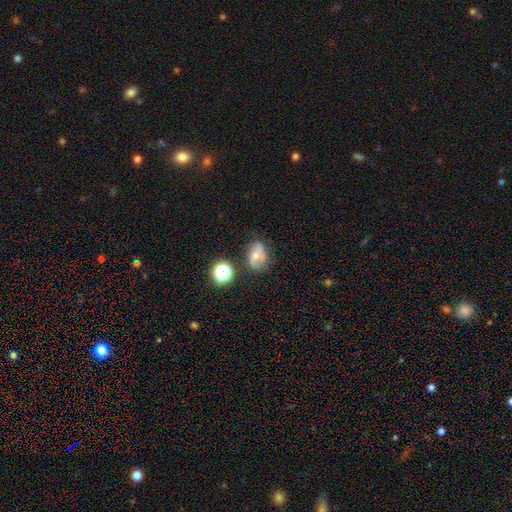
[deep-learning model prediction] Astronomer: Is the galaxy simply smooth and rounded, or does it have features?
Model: featured or disk — 43% (runner-up: smooth, 35%).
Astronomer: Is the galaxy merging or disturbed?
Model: none — 69%.